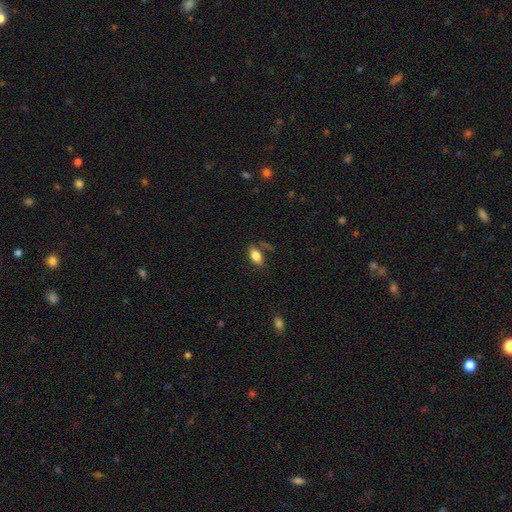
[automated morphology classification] Q: Smooth or featured?
A: smooth (83%); runner-up: featured or disk (9%)
Q: How rounded?
A: in between (89%); runner-up: cigar-shaped (6%)
Q: Merging?
A: none (72%); runner-up: minor disturbance (17%)